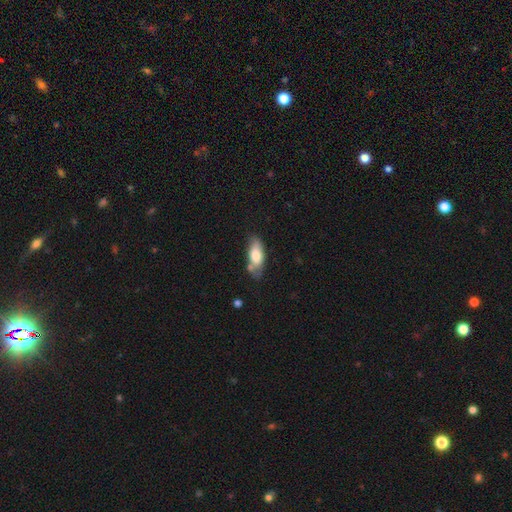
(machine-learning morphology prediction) Smooth or featured: smooth — 73% (featured or disk — 21%)
How rounded: in between — 81% (cigar-shaped — 16%)
Merging: none — 55% (minor disturbance — 26%)